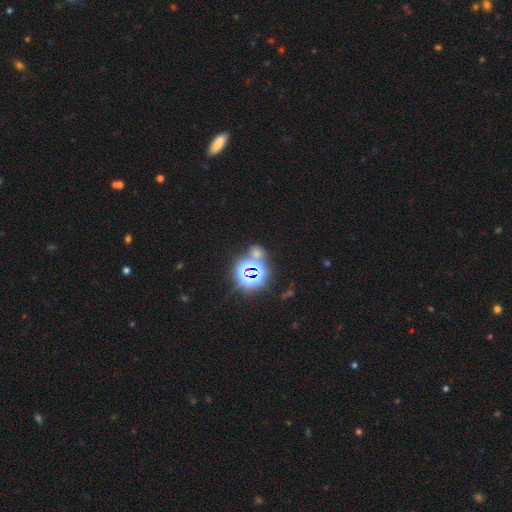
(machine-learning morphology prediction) Smooth or featured? Predicted: star or artifact (p=0.73).